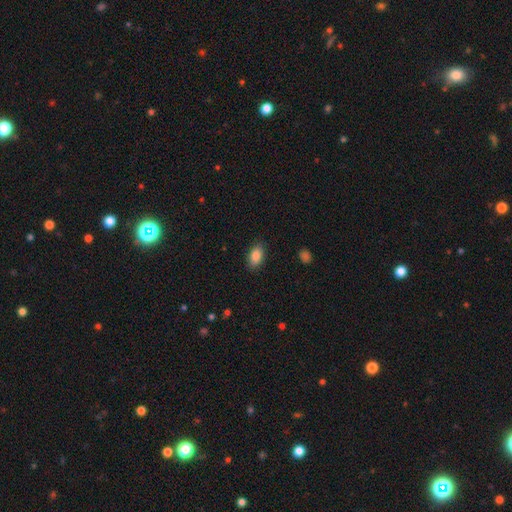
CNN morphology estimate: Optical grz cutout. It shows a smooth galaxy with no disk features (87%) that is in between round and cigar-shaped (92%). Merging: none (87%).